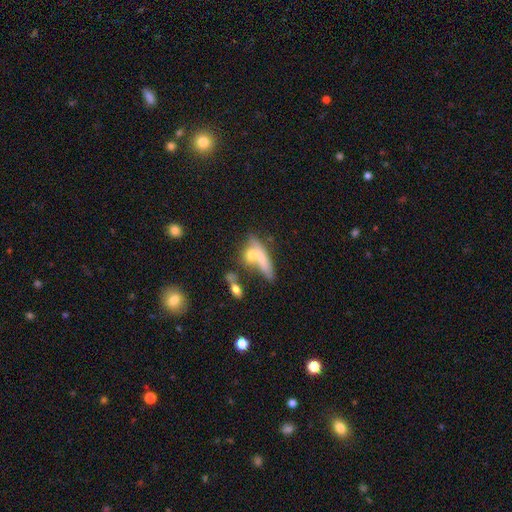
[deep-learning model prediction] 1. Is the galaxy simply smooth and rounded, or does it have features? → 66% smooth, 26% featured or disk, 9% star or artifact.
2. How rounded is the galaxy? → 50% in between, 32% cigar-shaped, 18% round.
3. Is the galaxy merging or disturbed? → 45% merger, 33% none, 13% minor disturbance, 8% major disturbance.